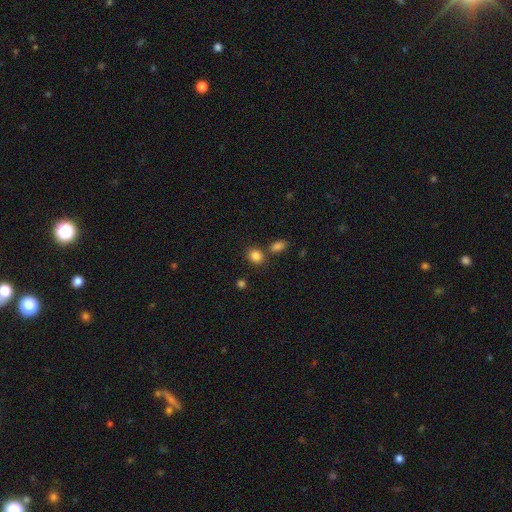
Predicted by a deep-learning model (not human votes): Smooth or featured?
  - smooth: 85% *
  - star or artifact: 11%
  - featured or disk: 5%
How rounded?
  - round: 55% *
  - in between: 44%
  - cigar-shaped: 1%
Merging?
  - none: 68% *
  - merger: 18%
  - minor disturbance: 11%
  - major disturbance: 4%